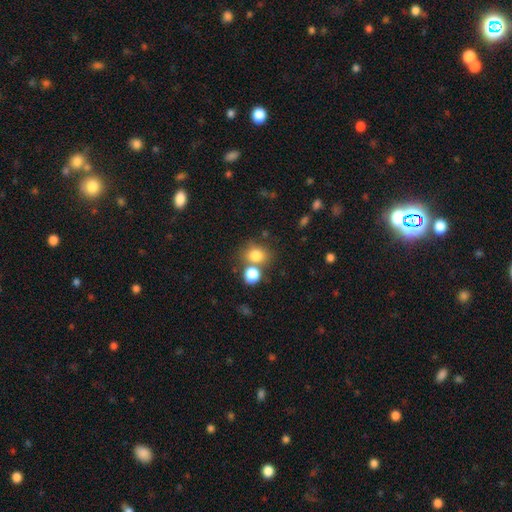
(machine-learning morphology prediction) A smooth galaxy with no disk features (79%) that is round (62%). Merging: none (56%).